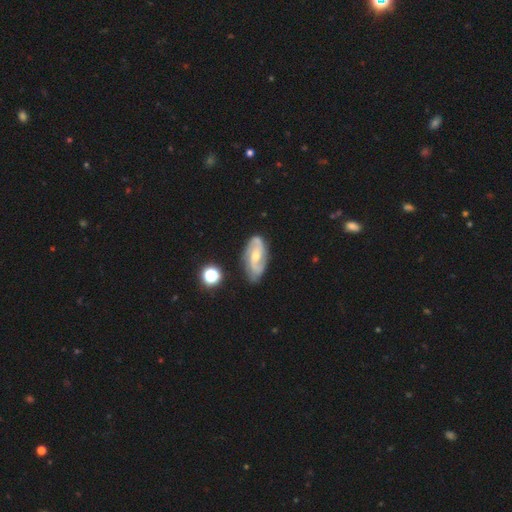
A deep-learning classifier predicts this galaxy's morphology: This is clearly a featured or disk galaxy (83%). It is clearly not viewed edge-on (95%). Bar: possibly no (46%). Spiral arm pattern: clearly yes (96%). Spiral arm count: clearly 2 (82%). Spiral winding: possibly medium (49%). Central bulge: possibly moderate (50%). Merging: likely none (73%).